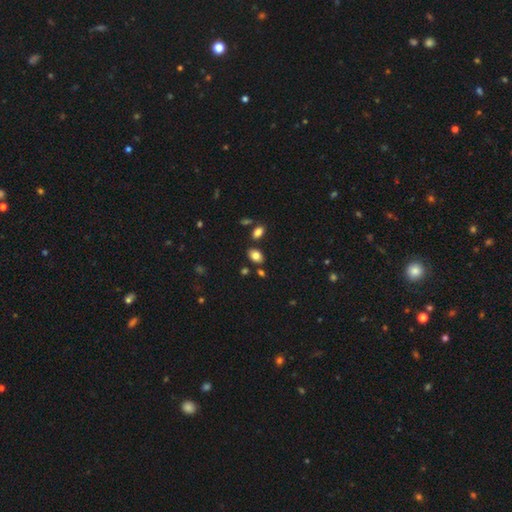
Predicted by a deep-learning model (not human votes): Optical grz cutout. It shows a smooth galaxy with no disk features (82%) that is in between round and cigar-shaped (89%). Merging: none (79%).